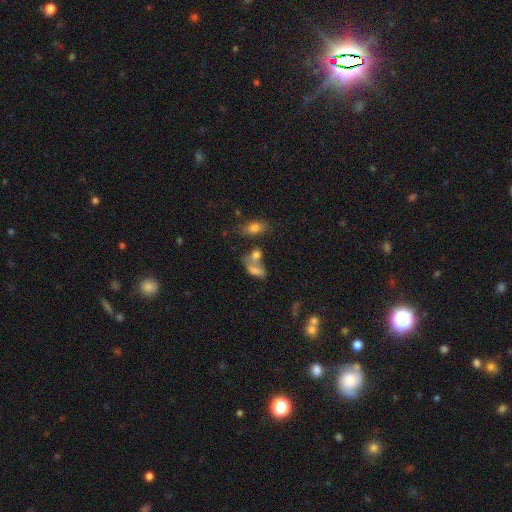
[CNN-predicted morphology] Smooth or featured: smooth — 68% (featured or disk — 18%)
How rounded: in between — 75% (round — 18%)
Merging: merger — 44% (none — 32%)